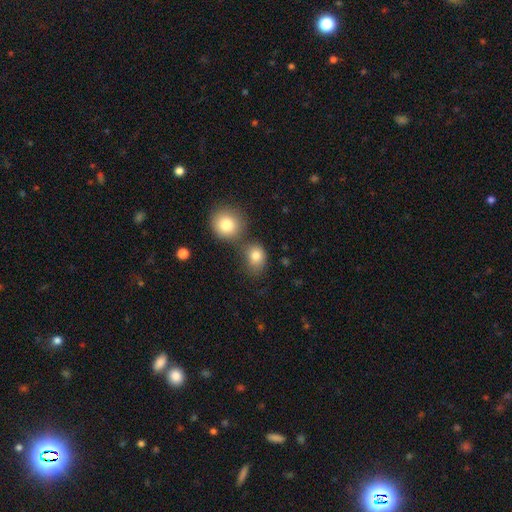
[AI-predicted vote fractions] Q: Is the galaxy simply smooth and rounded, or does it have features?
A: smooth — 80%.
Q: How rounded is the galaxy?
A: round — 60%.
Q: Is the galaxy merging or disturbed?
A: none — 48%.